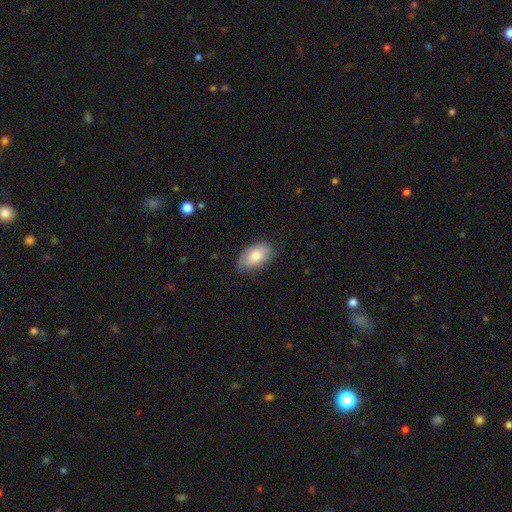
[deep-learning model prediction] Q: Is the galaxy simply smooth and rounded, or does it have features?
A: smooth — 80%.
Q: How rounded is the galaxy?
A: in between — 94%.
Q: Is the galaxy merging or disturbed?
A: none — 79%.